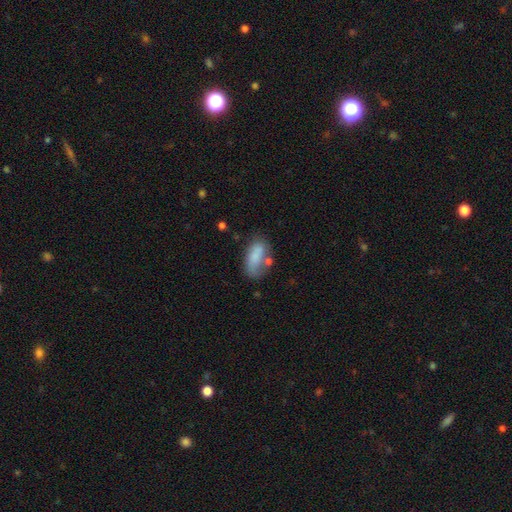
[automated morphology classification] smooth 76%, featured or disk 16%, star or artifact 8%. Down the decision tree: how rounded — in between (89%); merging — none (44%).